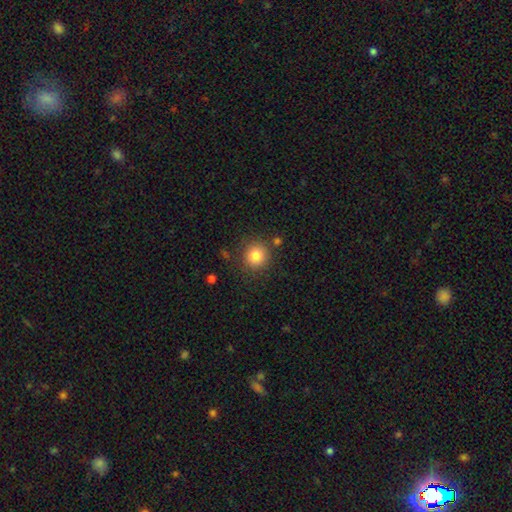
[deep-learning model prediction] The model was most divided on "smooth or featured": smooth: 83%, star or artifact: 11%, featured or disk: 7%. More confident: how rounded — round (92%); merging — none (83%).